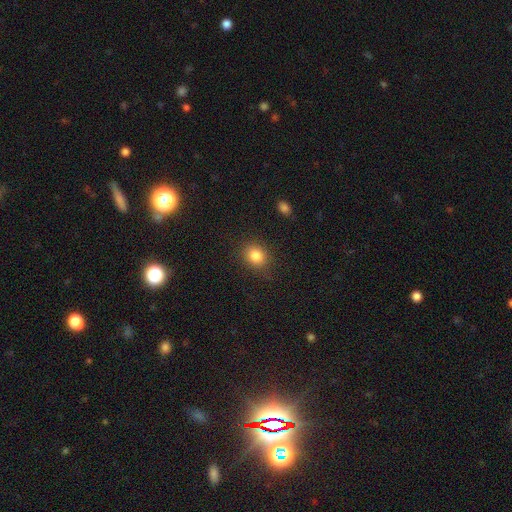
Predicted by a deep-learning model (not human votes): Smooth or featured: smooth — 83% (star or artifact — 11%)
How rounded: round — 63% (in between — 36%)
Merging: none — 84% (minor disturbance — 11%)